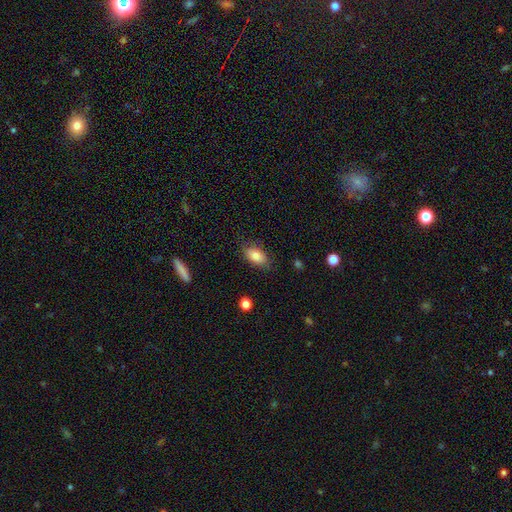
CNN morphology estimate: smooth 84%, featured or disk 9%, star or artifact 8%. Down the decision tree: how rounded — in between (89%); merging — none (79%).